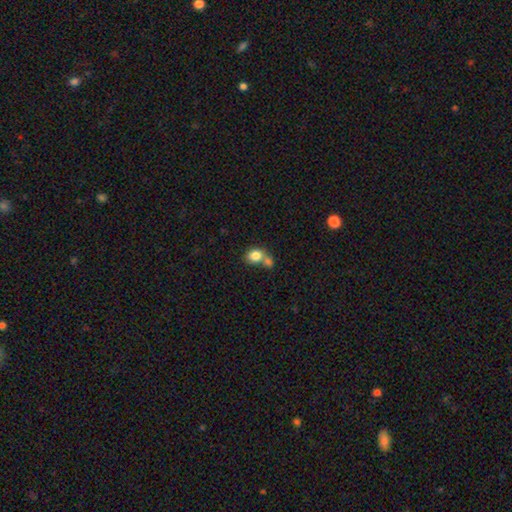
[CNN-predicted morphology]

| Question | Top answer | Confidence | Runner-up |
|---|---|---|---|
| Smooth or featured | smooth | 80% | featured or disk (11%) |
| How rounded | round | 56% | in between (43%) |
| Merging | merger | 53% | none (33%) |